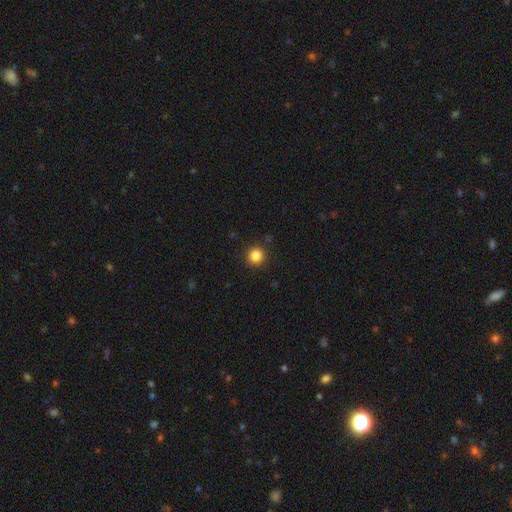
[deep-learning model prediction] A smooth galaxy with no disk features (84%) that is round (95%). Merging: none (91%).